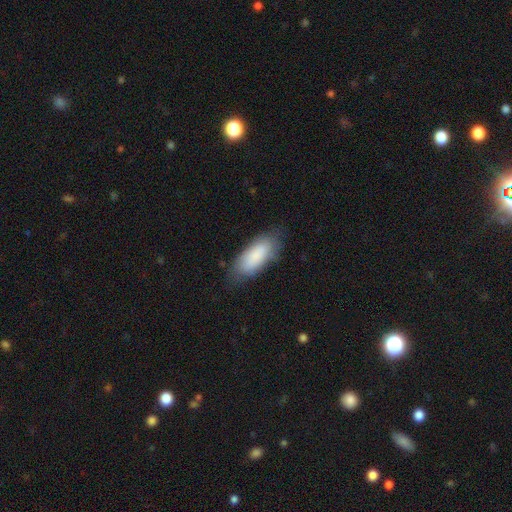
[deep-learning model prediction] Smooth or featured? Predicted: smooth (p=0.84). How rounded? Predicted: in between (p=0.82). Merging? Predicted: none (p=0.71).